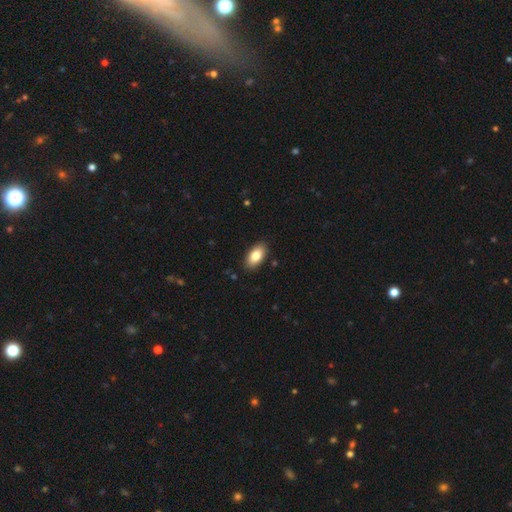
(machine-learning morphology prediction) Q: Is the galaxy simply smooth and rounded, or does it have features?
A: smooth — 83%.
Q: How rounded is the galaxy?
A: in between — 93%.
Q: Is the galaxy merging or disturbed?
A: none — 88%.